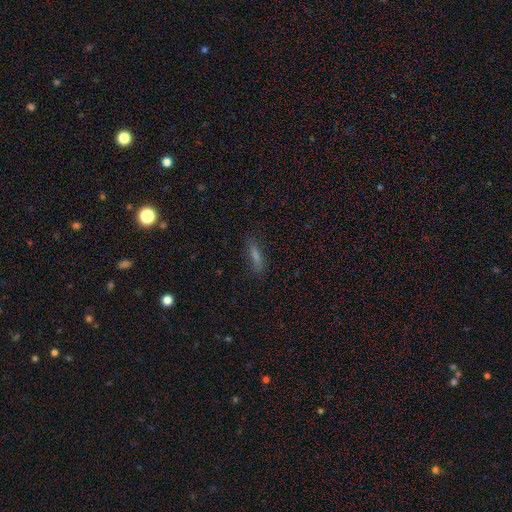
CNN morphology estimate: smooth 56%, featured or disk 25%, star or artifact 19%. Down the decision tree: how rounded — cigar-shaped (75%); merging — none (80%).